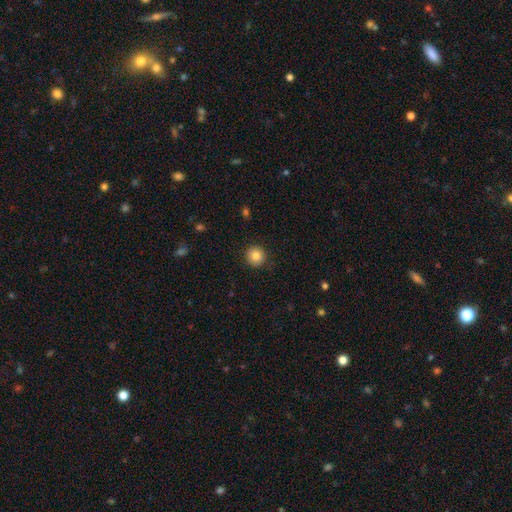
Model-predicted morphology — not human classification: Smooth or featured?
  - smooth: 84% *
  - star or artifact: 10%
  - featured or disk: 6%
How rounded?
  - round: 94% *
  - in between: 5%
  - cigar-shaped: 1%
Merging?
  - none: 91% *
  - minor disturbance: 6%
  - major disturbance: 2%
  - merger: 1%